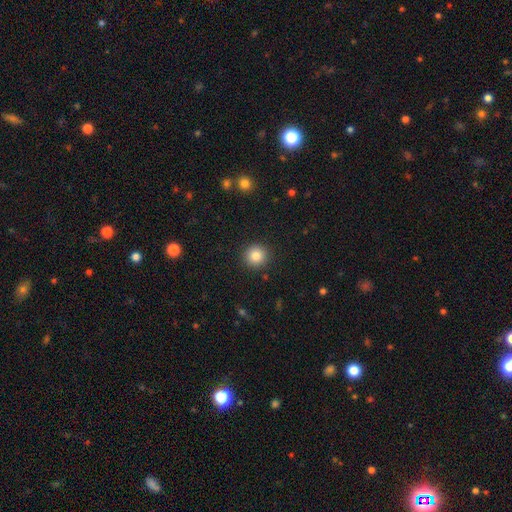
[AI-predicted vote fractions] A smooth galaxy with no disk features (83%) that is round (94%).

Vote fractions:
- Smooth or featured? smooth: 83% / star or artifact: 11% / featured or disk: 7%
- How rounded? round: 94% / in between: 5% / cigar-shaped: 1%
- Merging? none: 92% / minor disturbance: 5% / major disturbance: 2% / merger: 1%